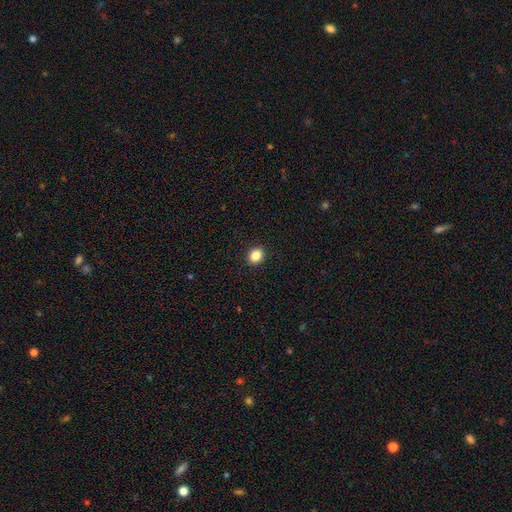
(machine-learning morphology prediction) smooth 86%, star or artifact 10%, featured or disk 4%. Down the decision tree: how rounded — round (57%); merging — none (92%).